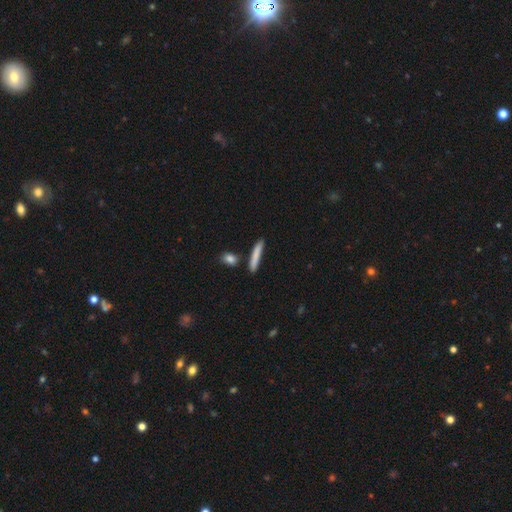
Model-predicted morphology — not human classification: A smooth galaxy with no disk features (80%) that is cigar-shaped (90%). Merging: none (81%).